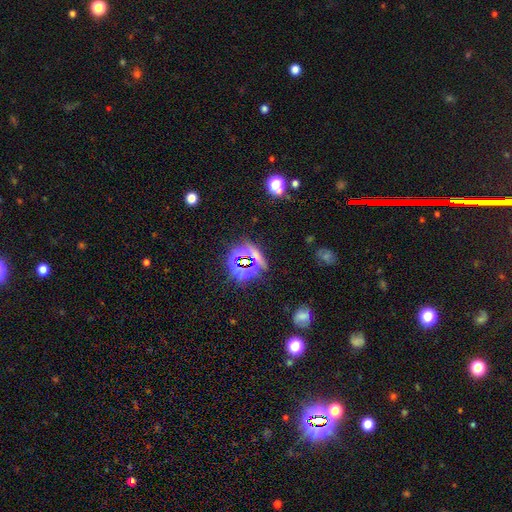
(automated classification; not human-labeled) Smooth or featured: star or artifact — 71% (smooth — 19%)